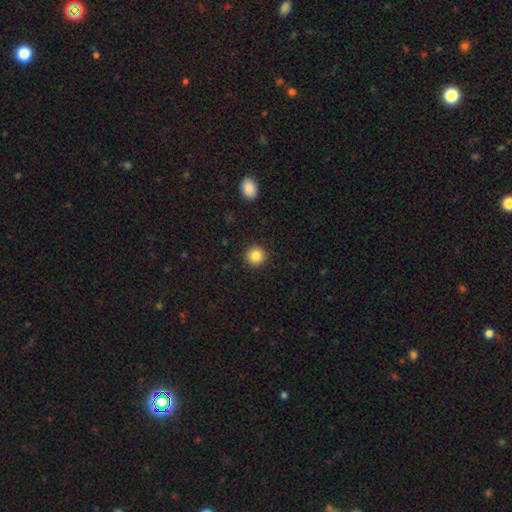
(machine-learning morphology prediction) Overall: smooth (85%). How rounded: round (95%). Merging: none (92%).